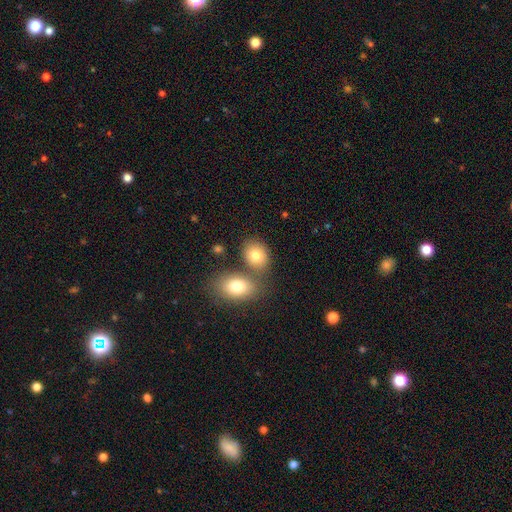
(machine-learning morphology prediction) Overall: smooth (79%). How rounded: in between (58%; round 41%). Merging: none (55%; merger 31%).